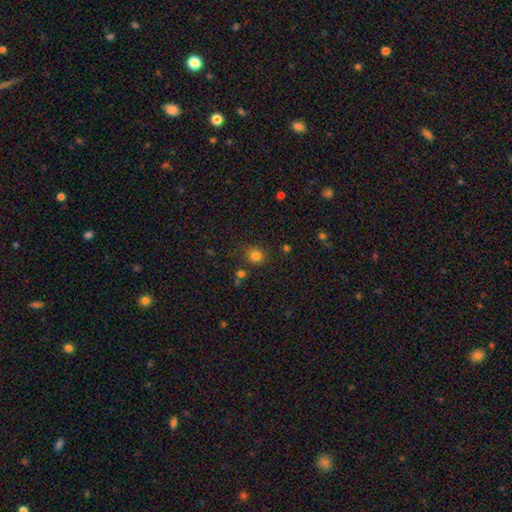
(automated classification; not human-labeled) Q: Smooth or featured?
A: smooth (80%); runner-up: star or artifact (15%)
Q: How rounded?
A: round (87%); runner-up: in between (12%)
Q: Merging?
A: none (81%); runner-up: minor disturbance (10%)